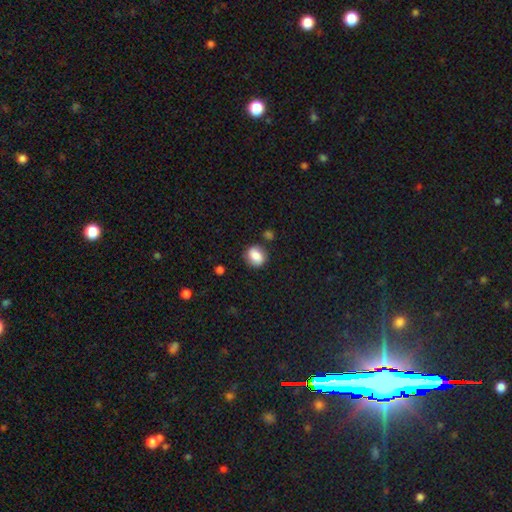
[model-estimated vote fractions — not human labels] Smooth or featured: smooth — 81% (featured or disk — 10%)
How rounded: round — 60% (in between — 39%)
Merging: none — 79% (minor disturbance — 14%)